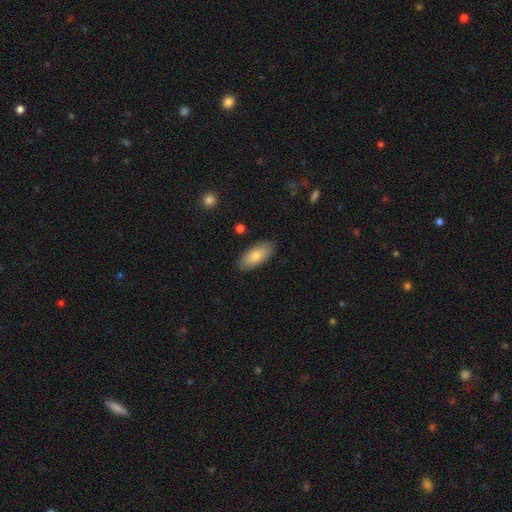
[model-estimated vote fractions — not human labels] The model was most divided on "smooth or featured": smooth: 76%, featured or disk: 18%, star or artifact: 6%. More confident: how rounded — in between (87%); merging — none (87%).